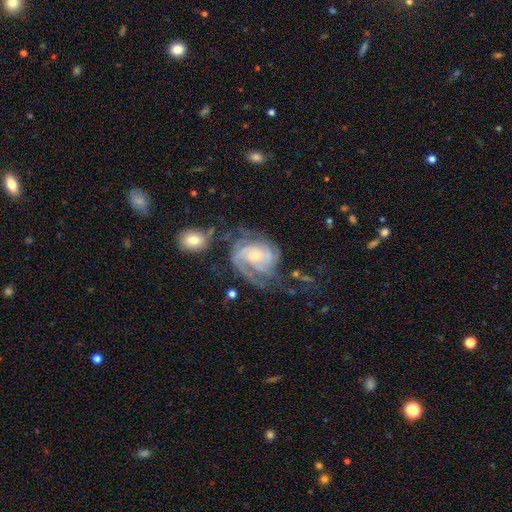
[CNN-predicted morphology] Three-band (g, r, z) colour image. It shows a featured or disk galaxy (88%) with no bar (65%), 2 (29%) tight (55%) spiral arms (97%) and a small central bulge (63%). Merging: none (49%).